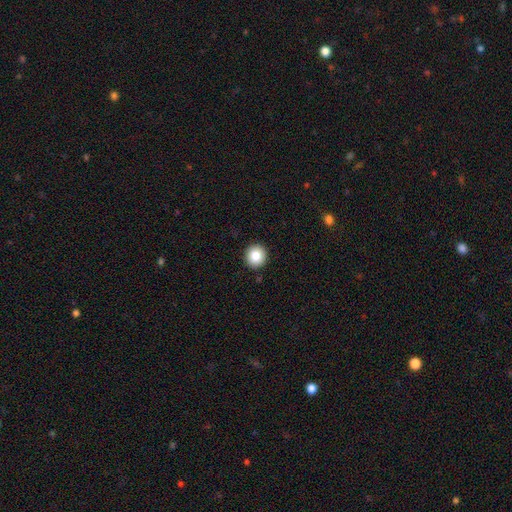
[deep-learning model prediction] Smooth or featured?
  - smooth: 84% *
  - star or artifact: 9%
  - featured or disk: 7%
How rounded?
  - round: 93% *
  - in between: 6%
  - cigar-shaped: 1%
Merging?
  - none: 92% *
  - minor disturbance: 5%
  - major disturbance: 2%
  - merger: 1%